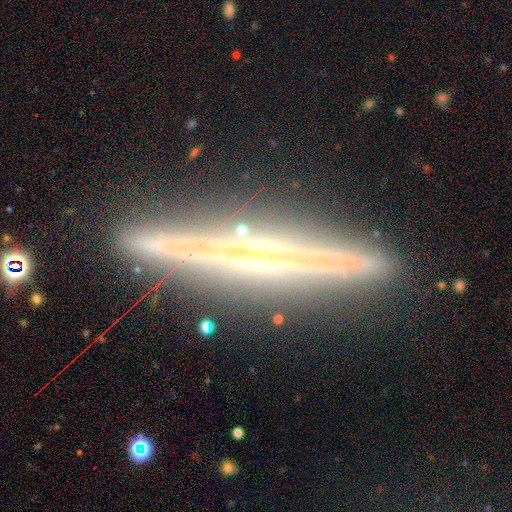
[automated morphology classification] Smooth or featured?
  - featured or disk: 78% *
  - smooth: 14%
  - star or artifact: 8%
Edge-on disk?
  - yes: 96% *
  - no: 4%
Edge-on bulge?
  - none: 47% *
  - rounded: 40%
  - boxy: 12%
Merging?
  - none: 85% *
  - minor disturbance: 10%
  - major disturbance: 3%
  - merger: 2%